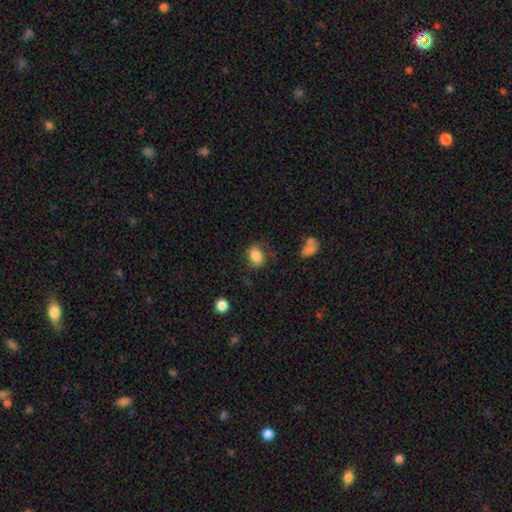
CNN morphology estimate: smooth_or_featured: smooth (p=0.84) [alt: star or artifact p=0.09]
how_rounded: in between (p=0.78) [alt: round p=0.21]
merging: none (p=0.68) [alt: minor disturbance p=0.21]